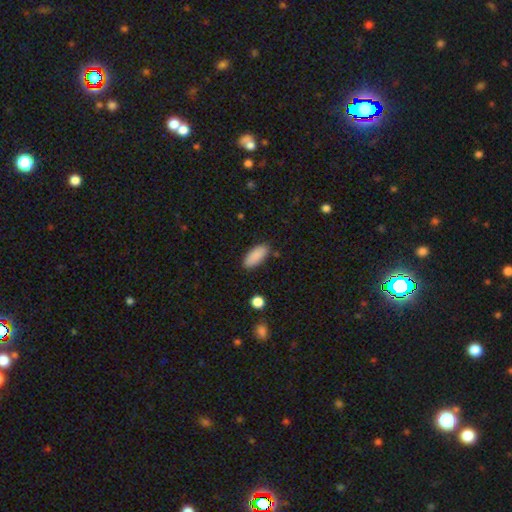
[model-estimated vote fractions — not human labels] Morphology: type=smooth (89%); roundness=in between (82%); merging=none (85%).